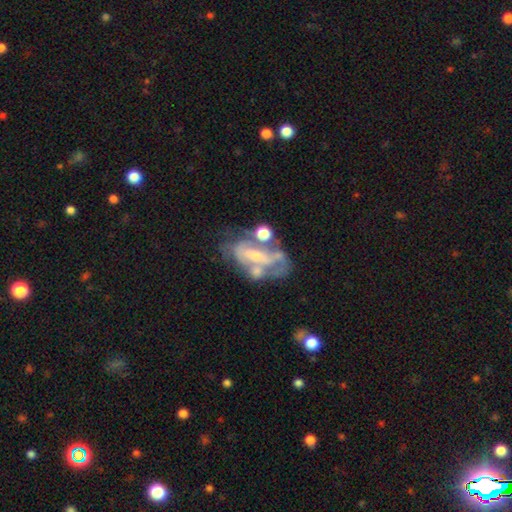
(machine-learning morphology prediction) smooth-or-featured: featured or disk: 71% | smooth: 19% | star or artifact: 9%
  disk-edge-on: no: 94% | yes: 6%
    bar: no: 49% | weak: 29% | strong: 22%
    has-spiral-arms: no: 52% | yes: 48%
    bulge-size: small: 60% | moderate: 29% | none: 7% | large: 2% | dominant: 1%
  merging: none: 30% | merger: 26% | major disturbance: 25% | minor disturbance: 19%